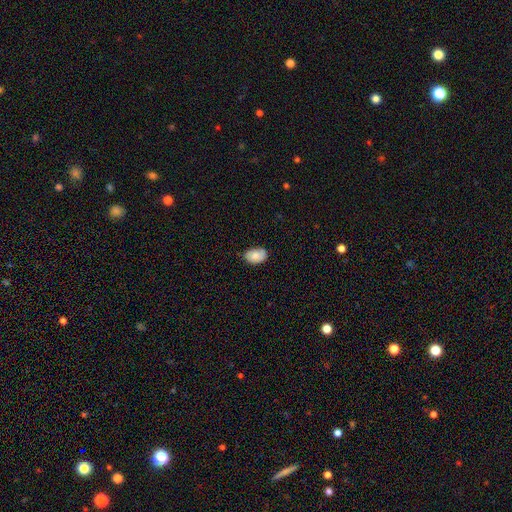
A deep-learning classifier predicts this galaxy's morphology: Smooth or featured? Predicted: smooth (p=0.83). How rounded? Predicted: in between (p=0.86). Merging? Predicted: none (p=0.71).